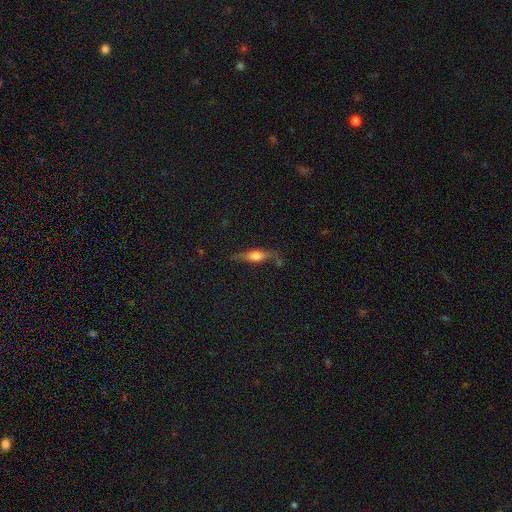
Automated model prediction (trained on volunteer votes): A smooth galaxy with no disk features (46%).

Vote fractions:
- Smooth or featured? smooth: 46% / featured or disk: 45% / star or artifact: 9%
- Merging? none: 68% / minor disturbance: 21% / major disturbance: 7% / merger: 4%